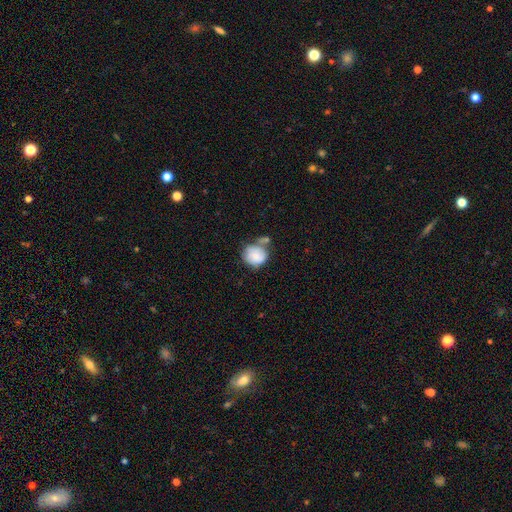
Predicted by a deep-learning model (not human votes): The model was most divided on "merging": none: 43%, merger: 26%, minor disturbance: 22%, major disturbance: 8%. More confident: how rounded — round (80%); smooth or featured — smooth (77%).